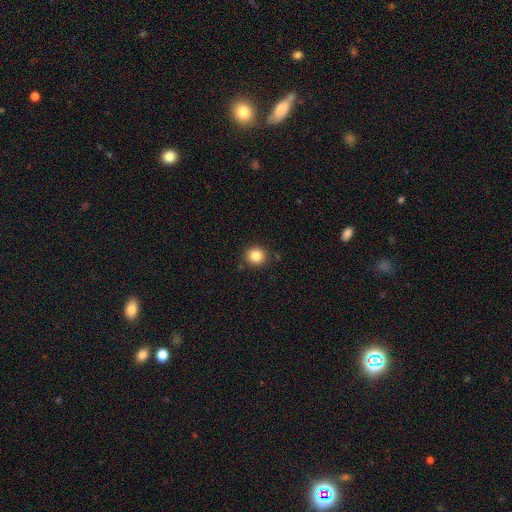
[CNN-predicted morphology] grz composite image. It shows a smooth galaxy with no disk features (84%) that is round (90%). Merging: none (89%).